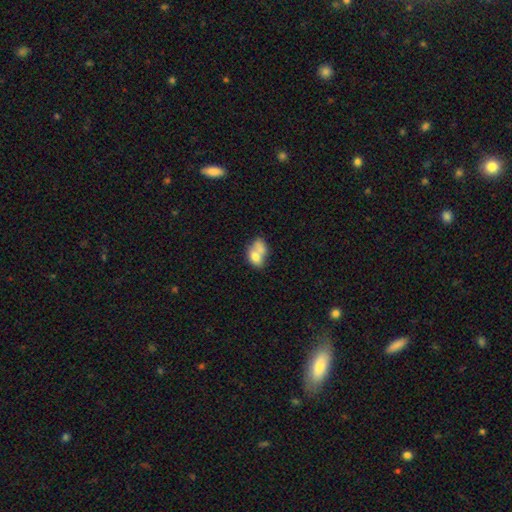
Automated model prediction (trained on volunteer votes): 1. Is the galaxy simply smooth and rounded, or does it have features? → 68% smooth, 24% featured or disk, 9% star or artifact.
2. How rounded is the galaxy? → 77% in between, 22% round, 2% cigar-shaped.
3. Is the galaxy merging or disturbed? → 59% merger, 20% none, 12% minor disturbance, 8% major disturbance.